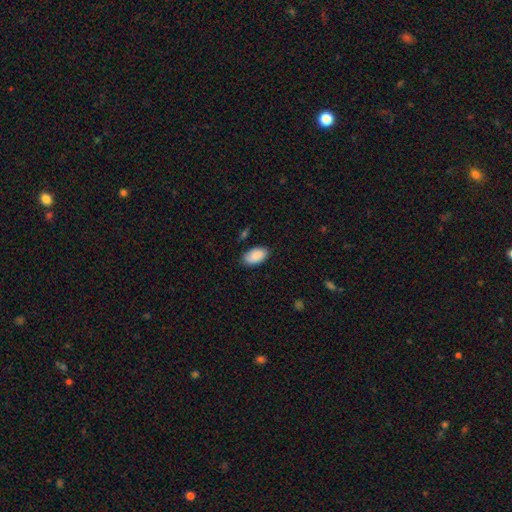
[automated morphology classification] Overall: smooth (89%). How rounded: in between (95%). Merging: none (82%).